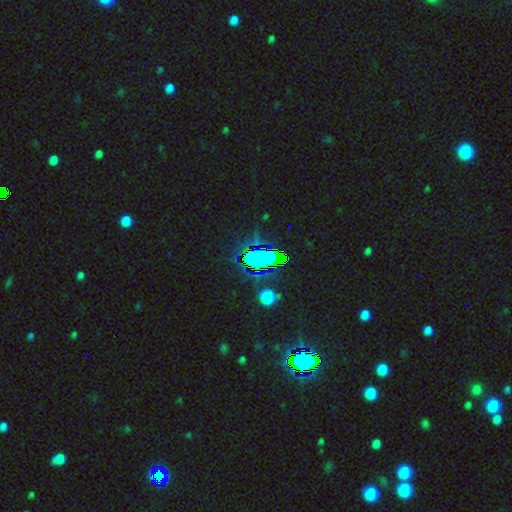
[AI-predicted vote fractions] Smooth or featured? Predicted: star or artifact (p=0.73).